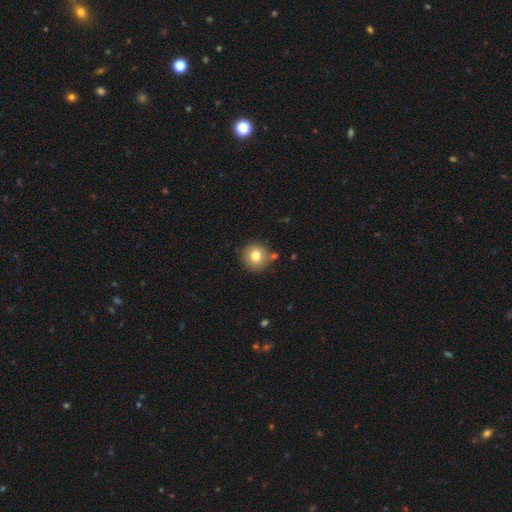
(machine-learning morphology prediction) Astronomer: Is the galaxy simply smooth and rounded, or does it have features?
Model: smooth — 78%.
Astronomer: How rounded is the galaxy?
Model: round — 94%.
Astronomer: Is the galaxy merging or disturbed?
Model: none — 79%.